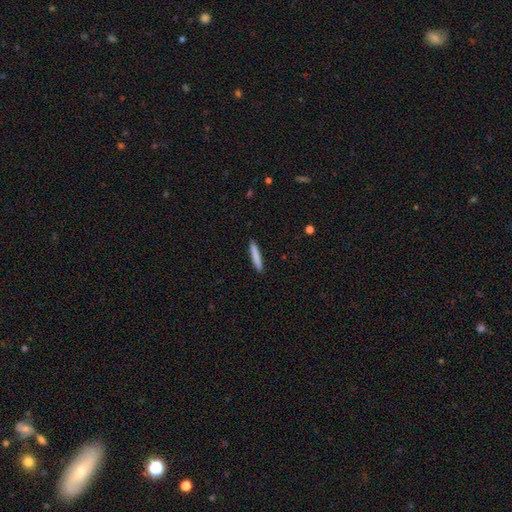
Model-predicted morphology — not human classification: Smooth or featured? smooth (82%)
How rounded? cigar-shaped (94%)
Merging? none (91%)